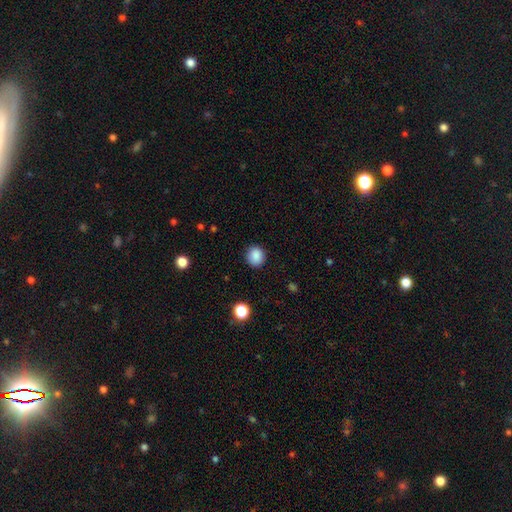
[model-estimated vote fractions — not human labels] Q: Smooth or featured?
A: smooth (87%); runner-up: star or artifact (9%)
Q: How rounded?
A: round (82%); runner-up: in between (18%)
Q: Merging?
A: none (89%); runner-up: minor disturbance (7%)